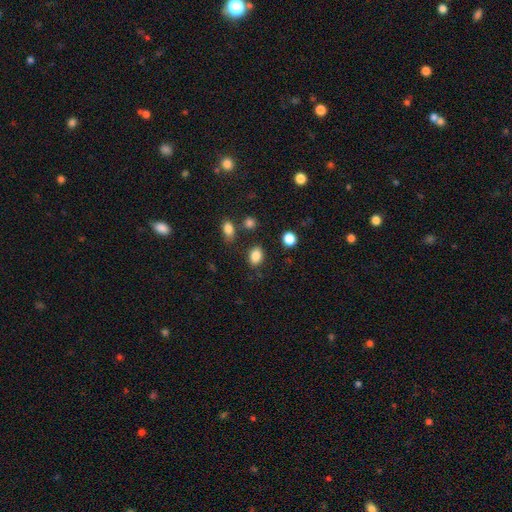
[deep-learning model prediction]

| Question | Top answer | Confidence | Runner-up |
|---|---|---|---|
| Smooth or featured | smooth | 86% | star or artifact (10%) |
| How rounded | in between | 72% | round (26%) |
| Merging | none | 81% | minor disturbance (12%) |